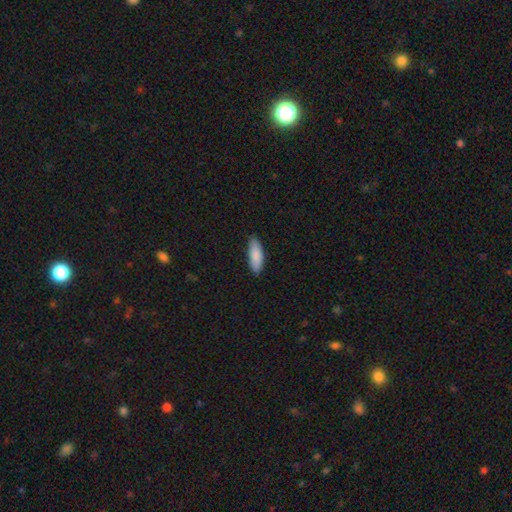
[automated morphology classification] smooth_or_featured: smooth (p=0.88) [alt: featured or disk p=0.07]
how_rounded: in between (p=0.66) [alt: cigar-shaped p=0.32]
merging: none (p=0.86) [alt: minor disturbance p=0.11]